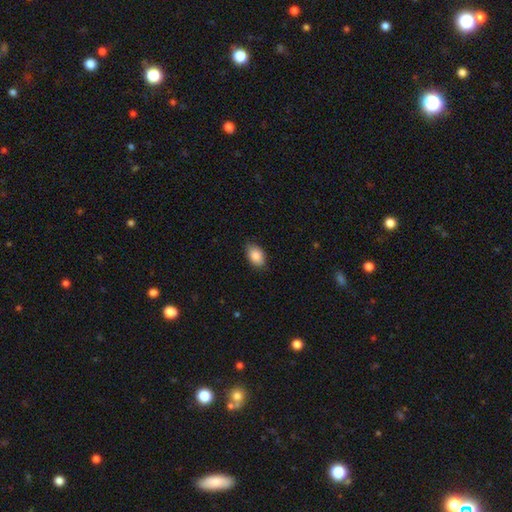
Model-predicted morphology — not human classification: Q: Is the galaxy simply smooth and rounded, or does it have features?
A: smooth — 87%.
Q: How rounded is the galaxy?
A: in between — 89%.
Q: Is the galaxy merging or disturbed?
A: none — 82%.